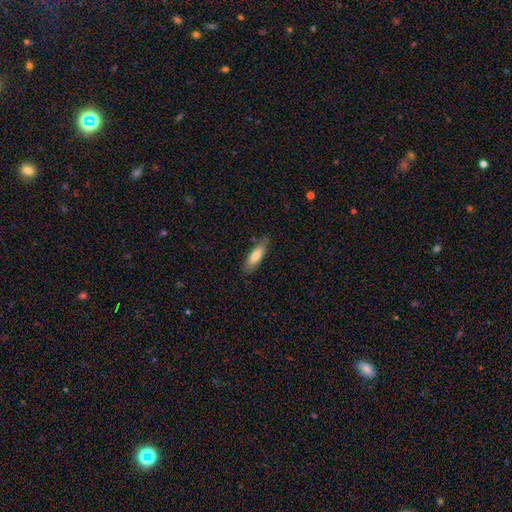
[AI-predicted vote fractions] A smooth galaxy with no disk features (77%) that is cigar-shaped (50%). Merging: none (80%).